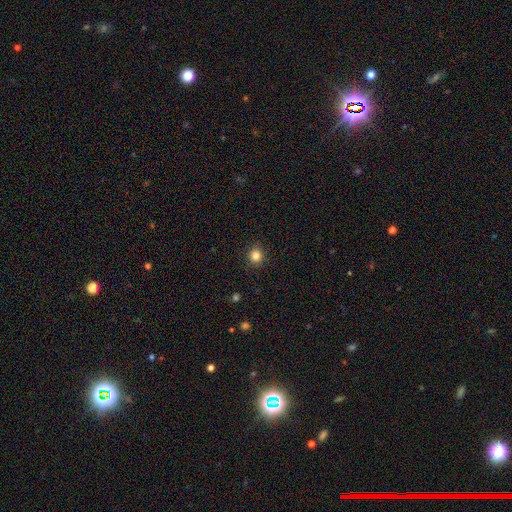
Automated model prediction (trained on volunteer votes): The model was most divided on "smooth or featured": smooth: 84%, star or artifact: 12%, featured or disk: 4%. More confident: merging — none (90%); how rounded — round (88%).